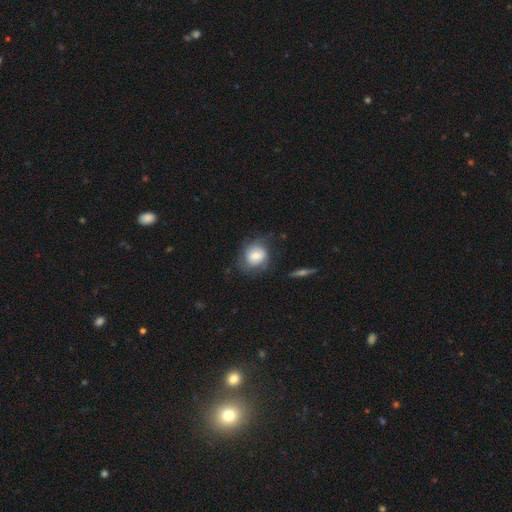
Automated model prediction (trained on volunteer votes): Smooth or featured? smooth (59%)
How rounded? round (72%)
Merging? none (60%)